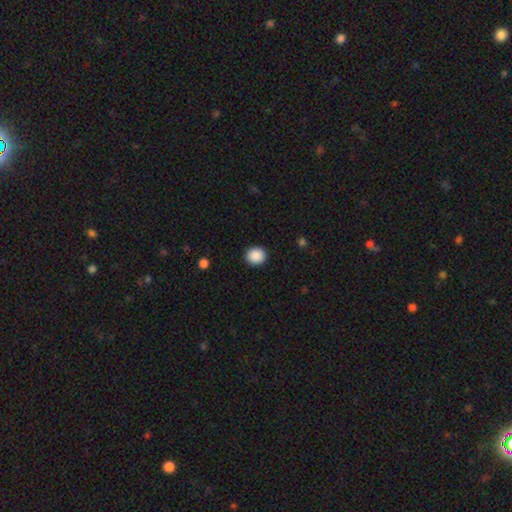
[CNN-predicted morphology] Smooth or featured?
  - smooth: 89% *
  - star or artifact: 8%
  - featured or disk: 2%
How rounded?
  - round: 84% *
  - in between: 15%
  - cigar-shaped: 1%
Merging?
  - none: 92% *
  - minor disturbance: 6%
  - major disturbance: 2%
  - merger: 1%